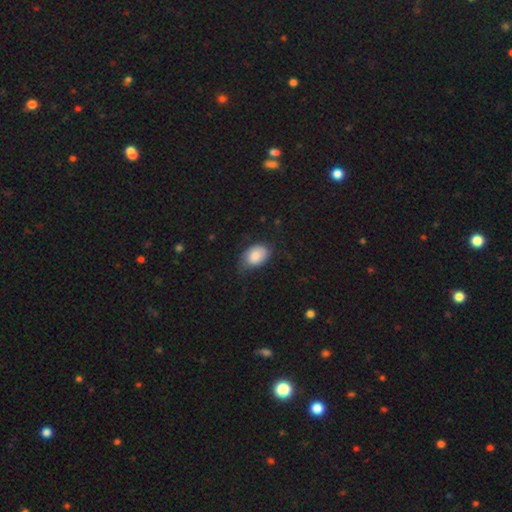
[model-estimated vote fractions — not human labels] smooth 81%, featured or disk 12%, star or artifact 7%. Down the decision tree: how rounded — in between (84%); merging — none (54%).